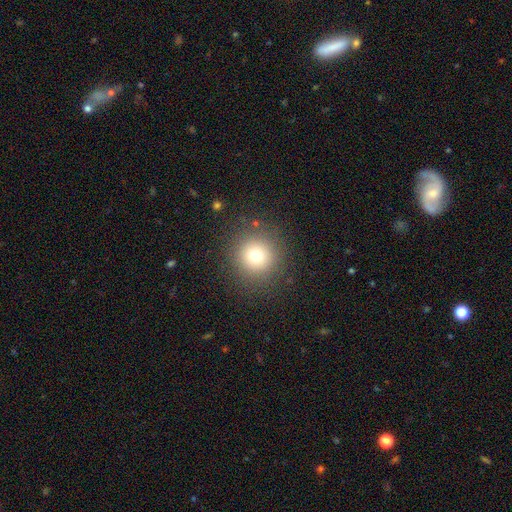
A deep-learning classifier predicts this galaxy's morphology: A smooth galaxy with no disk features (74%) that is round (95%). Merging: none (88%).